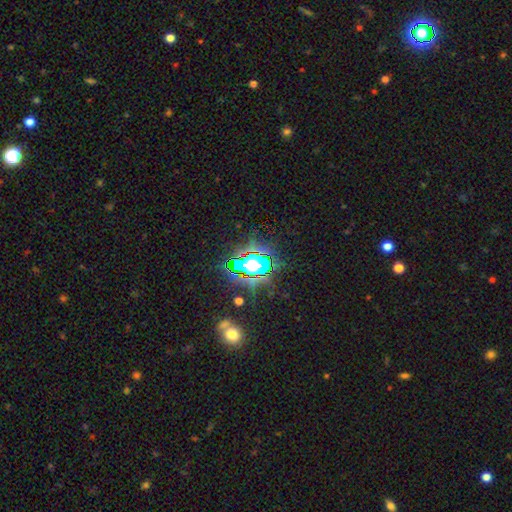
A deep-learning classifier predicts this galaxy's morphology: The model was most divided on "smooth or featured": star or artifact: 74%, smooth: 14%, featured or disk: 12%.